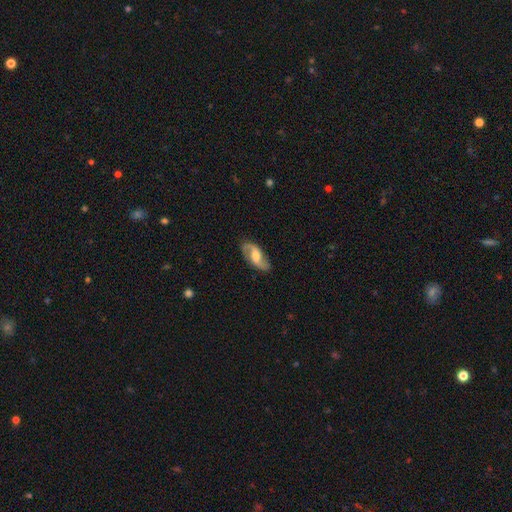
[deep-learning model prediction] Smooth or featured?
  - featured or disk: 79% *
  - smooth: 16%
  - star or artifact: 5%
Edge-on disk?
  - no: 94% *
  - yes: 6%
Bar?
  - weak: 44% *
  - no: 42%
  - strong: 14%
Spiral arms?
  - yes: 94% *
  - no: 6%
Spiral winding?
  - loose: 50% *
  - medium: 38%
  - tight: 12%
Spiral arm count?
  - 2: 92% *
  - can't tell: 3%
  - 1: 2%
  - 3: 1%
  - 4: 1%
  - more than 4: 1%
Bulge size?
  - moderate: 65% *
  - small: 20%
  - large: 11%
  - none: 3%
  - dominant: 1%
Merging?
  - none: 83% *
  - minor disturbance: 12%
  - major disturbance: 4%
  - merger: 1%